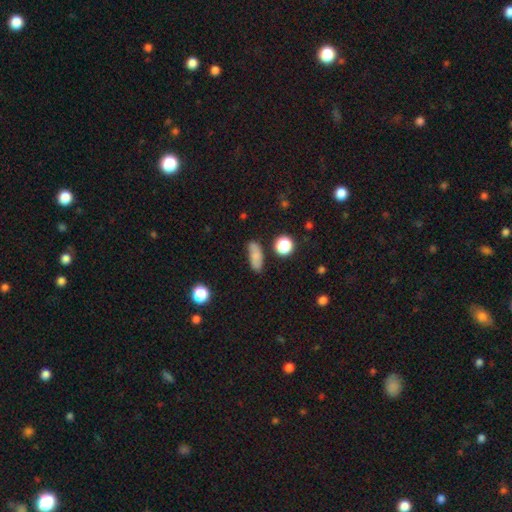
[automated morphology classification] A smooth galaxy with no disk features (77%) that is in between round and cigar-shaped (70%). Merging: none (68%).